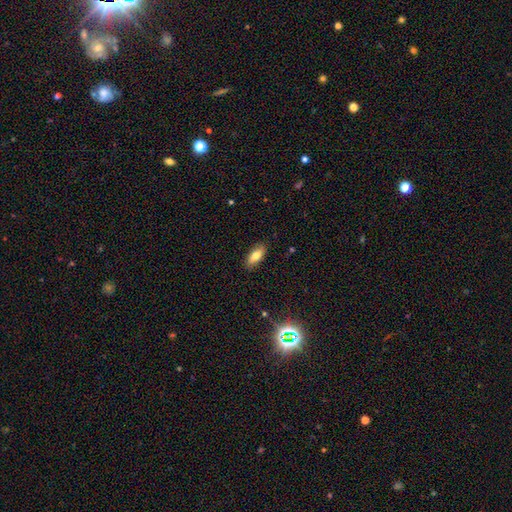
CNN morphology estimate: A smooth galaxy with no disk features (77%) that is in between round and cigar-shaped (83%).

Vote fractions:
- Smooth or featured? smooth: 77% / featured or disk: 15% / star or artifact: 8%
- How rounded? in between: 83% / cigar-shaped: 14% / round: 3%
- Merging? none: 86% / minor disturbance: 10% / major disturbance: 2% / merger: 1%